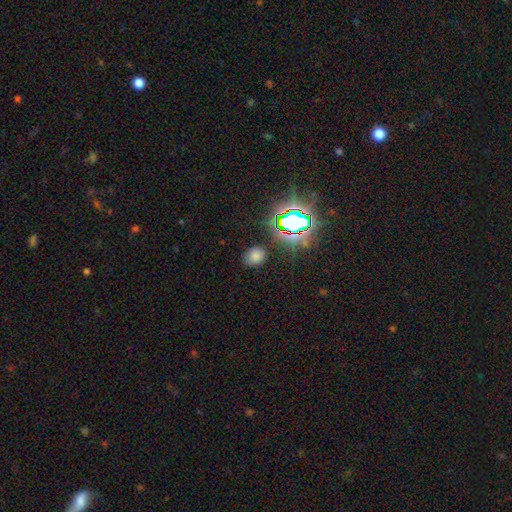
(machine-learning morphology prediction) Smooth or featured?
  - smooth: 68% *
  - star or artifact: 26%
  - featured or disk: 7%
How rounded?
  - round: 56% *
  - in between: 43%
  - cigar-shaped: 1%
Merging?
  - none: 81% *
  - minor disturbance: 13%
  - major disturbance: 4%
  - merger: 2%